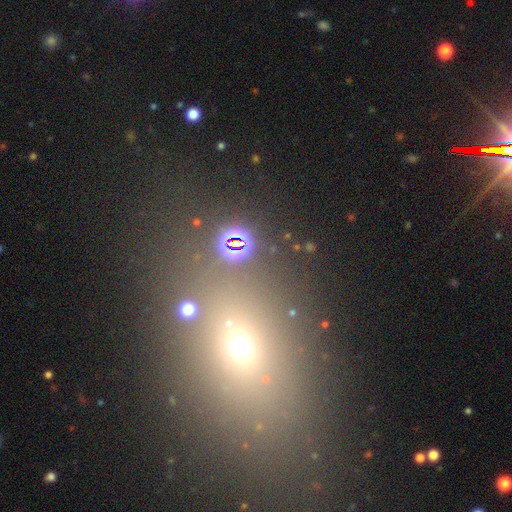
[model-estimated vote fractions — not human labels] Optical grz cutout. It shows a smooth galaxy with no disk features (46%). Merging: none (75%).